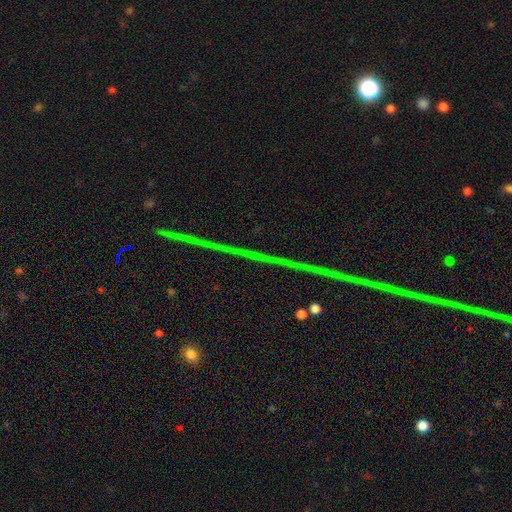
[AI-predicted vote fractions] This is clearly a star or artifact rather than a galaxy (85%).